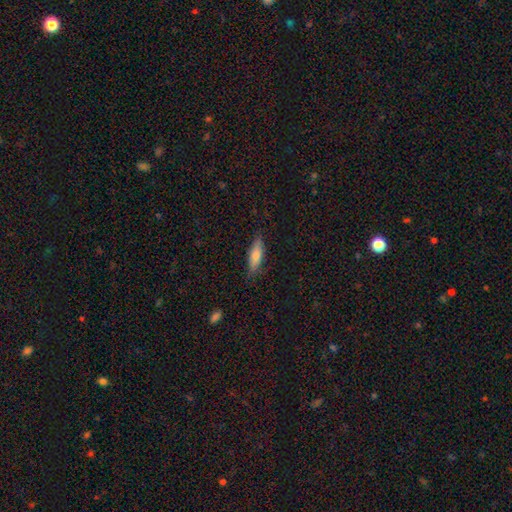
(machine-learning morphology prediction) Smooth or featured? smooth (70%)
How rounded? cigar-shaped (51%)
Merging? none (83%)